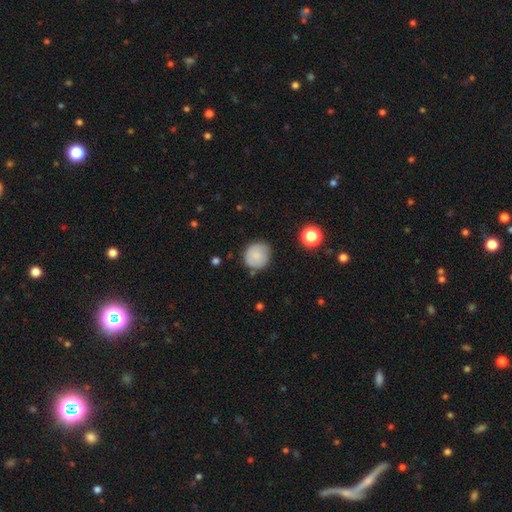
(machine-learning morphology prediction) type=smooth (81%); roundness=round (88%); merging=none (75%).